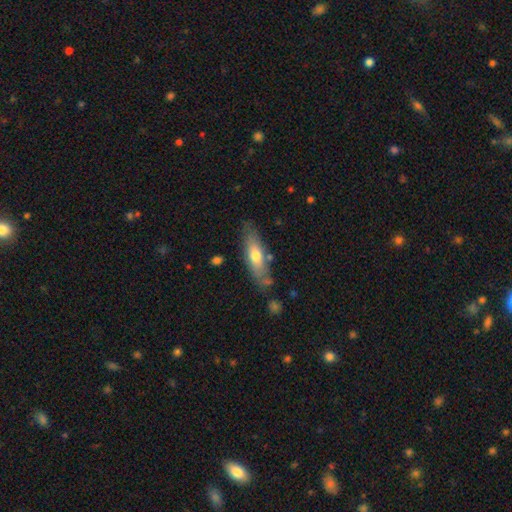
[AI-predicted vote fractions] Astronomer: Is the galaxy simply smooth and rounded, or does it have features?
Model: smooth — 61%.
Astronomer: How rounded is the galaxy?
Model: in between — 55% (runner-up: cigar-shaped, 43%).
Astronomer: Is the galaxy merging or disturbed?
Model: none — 72%.